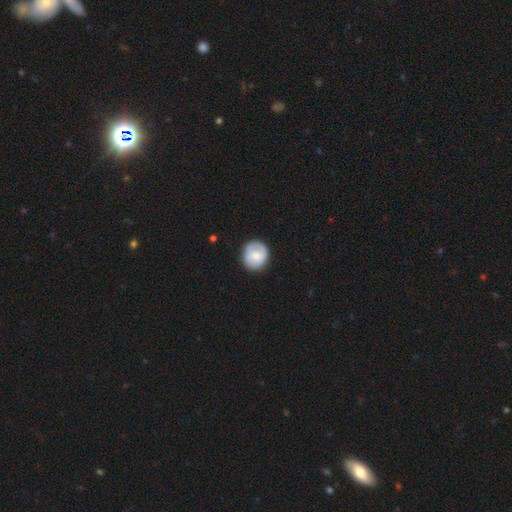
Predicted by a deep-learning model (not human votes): smooth-or-featured: smooth: 72% | featured or disk: 22% | star or artifact: 6%
  how-rounded: round: 87% | in between: 12% | cigar-shaped: 1%
  merging: none: 83% | minor disturbance: 13% | major disturbance: 3% | merger: 1%